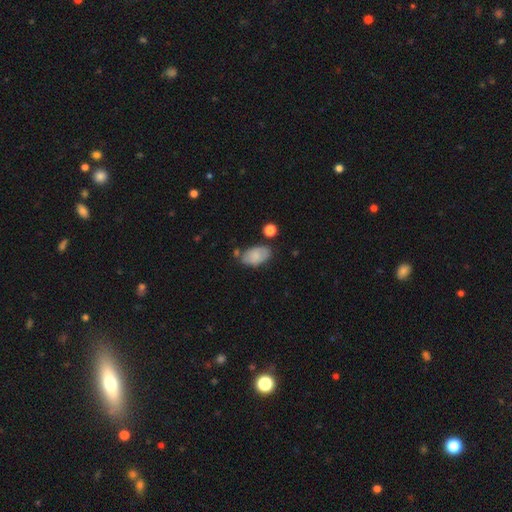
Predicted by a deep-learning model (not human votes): smooth 76%, featured or disk 16%, star or artifact 8%. Down the decision tree: how rounded — in between (93%); merging — none (63%).